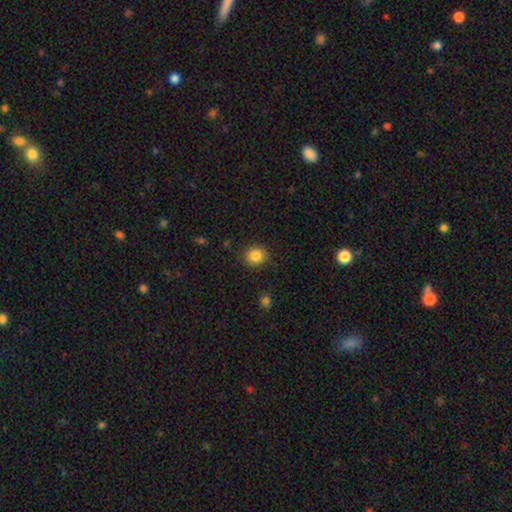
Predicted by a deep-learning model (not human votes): Morphology: type=smooth (85%); roundness=round (87%); merging=none (87%).